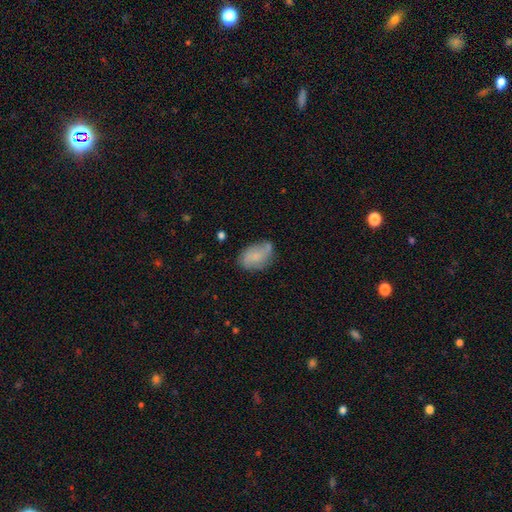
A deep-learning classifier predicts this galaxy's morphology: type=smooth (60%); roundness=in between (87%); merging=none (58%).